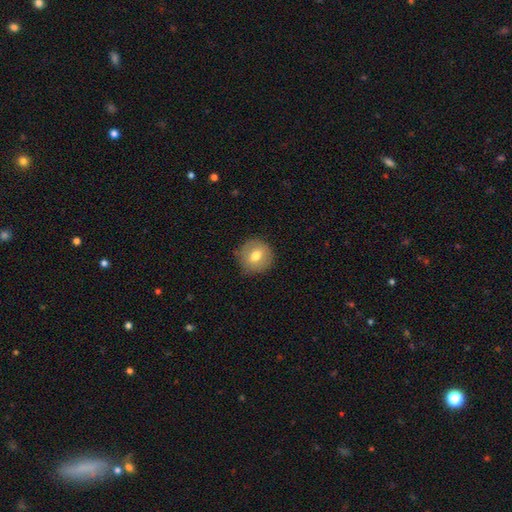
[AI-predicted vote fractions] Smooth or featured? Predicted: smooth (p=0.71). How rounded? Predicted: round (p=0.92). Merging? Predicted: none (p=0.84).